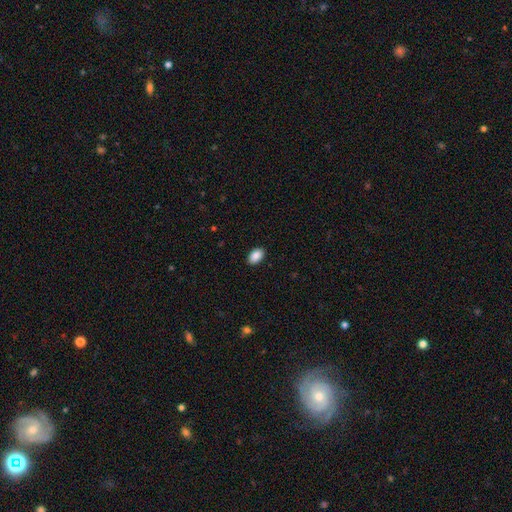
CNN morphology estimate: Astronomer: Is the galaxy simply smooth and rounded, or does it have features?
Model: smooth — 89%.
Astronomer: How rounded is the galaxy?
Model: in between — 92%.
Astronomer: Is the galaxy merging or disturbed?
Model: none — 89%.